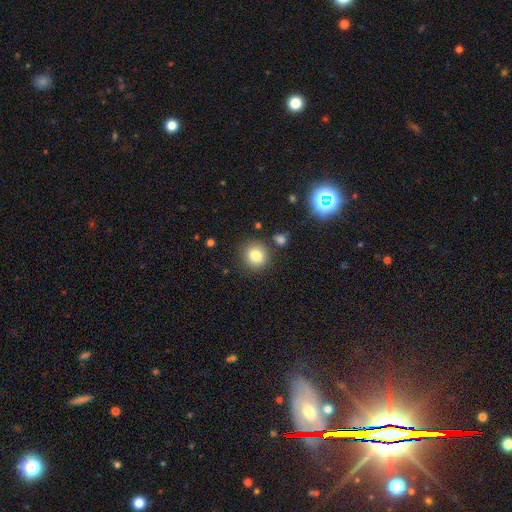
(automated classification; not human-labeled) Smooth or featured: smooth — 82% (star or artifact — 11%)
How rounded: round — 90% (in between — 9%)
Merging: none — 83% (minor disturbance — 9%)